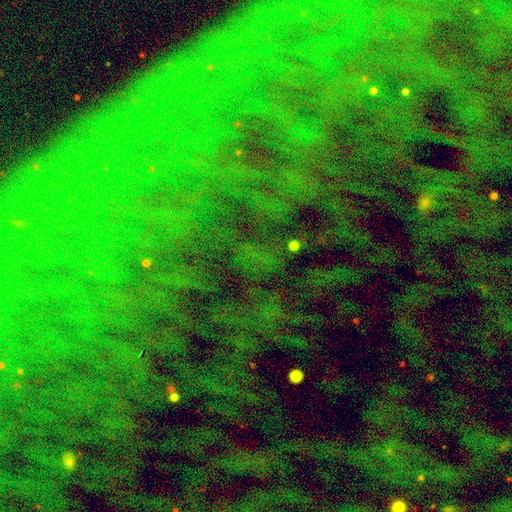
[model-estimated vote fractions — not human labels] Overall: star or artifact (80%).